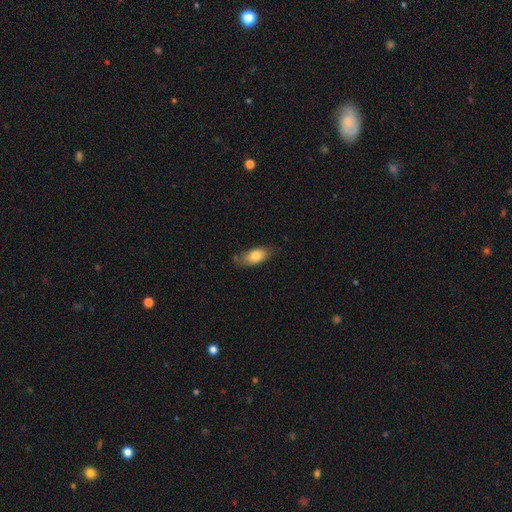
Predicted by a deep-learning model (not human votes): Q: Smooth or featured?
A: smooth (79%); runner-up: featured or disk (14%)
Q: How rounded?
A: in between (88%); runner-up: cigar-shaped (8%)
Q: Merging?
A: none (69%); runner-up: minor disturbance (24%)